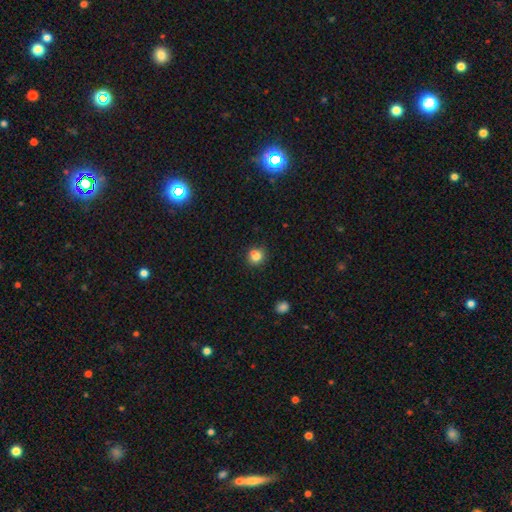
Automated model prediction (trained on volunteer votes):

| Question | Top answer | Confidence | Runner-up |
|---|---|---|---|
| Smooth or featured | smooth | 80% | star or artifact (12%) |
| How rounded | round | 83% | in between (17%) |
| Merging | none | 67% | merger (16%) |